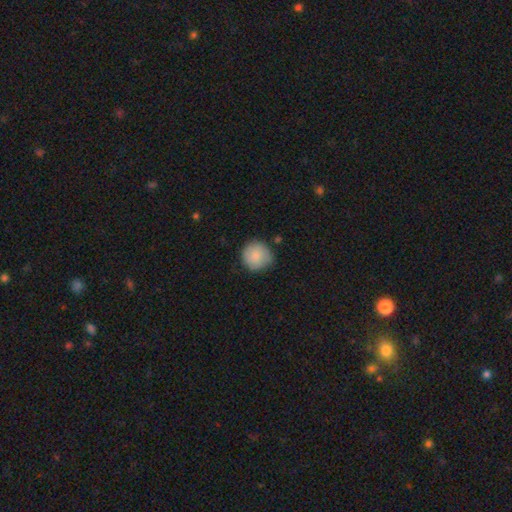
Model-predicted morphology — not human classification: This appears to be a smooth galaxy with no disk features (85%) that is round (92%). Merging: none (76%).